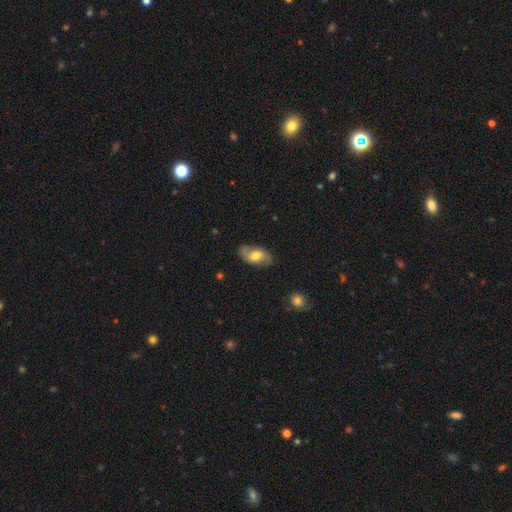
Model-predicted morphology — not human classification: smooth 51%, featured or disk 43%, star or artifact 7%. Down the decision tree: how rounded — in between (91%); merging — none (75%).